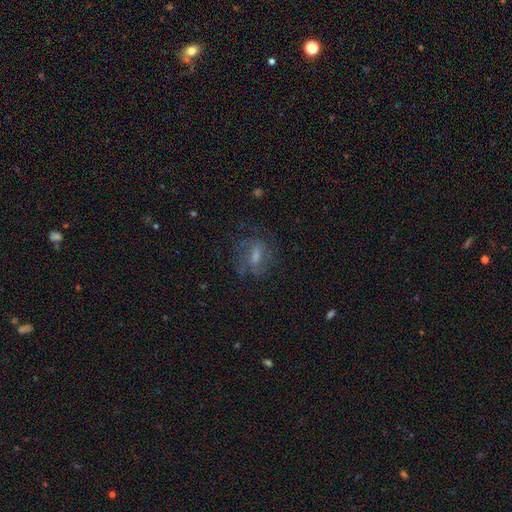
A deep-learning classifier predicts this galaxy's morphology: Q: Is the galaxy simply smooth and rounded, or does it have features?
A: featured or disk — 51%.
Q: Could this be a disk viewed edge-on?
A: no — 92%.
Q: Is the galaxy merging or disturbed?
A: none — 63%.